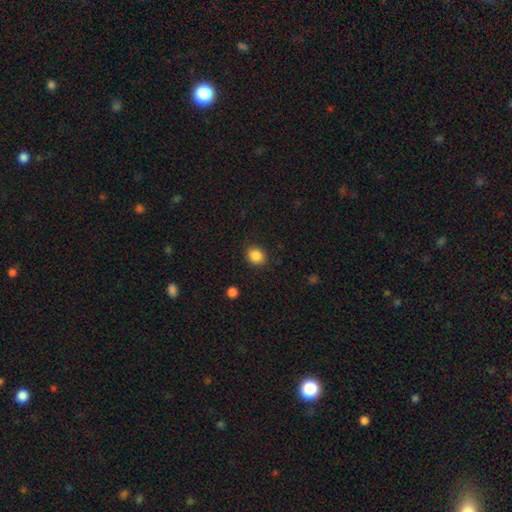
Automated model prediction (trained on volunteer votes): smooth 86%, star or artifact 10%, featured or disk 4%. Down the decision tree: how rounded — round (73%); merging — none (86%).